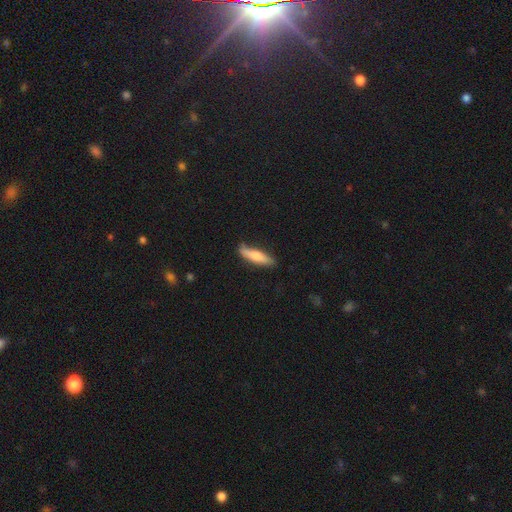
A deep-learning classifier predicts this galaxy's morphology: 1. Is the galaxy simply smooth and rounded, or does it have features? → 71% smooth, 24% featured or disk, 6% star or artifact.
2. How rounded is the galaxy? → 71% cigar-shaped, 27% in between, 2% round.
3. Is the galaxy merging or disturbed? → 74% none, 20% minor disturbance, 4% major disturbance, 2% merger.